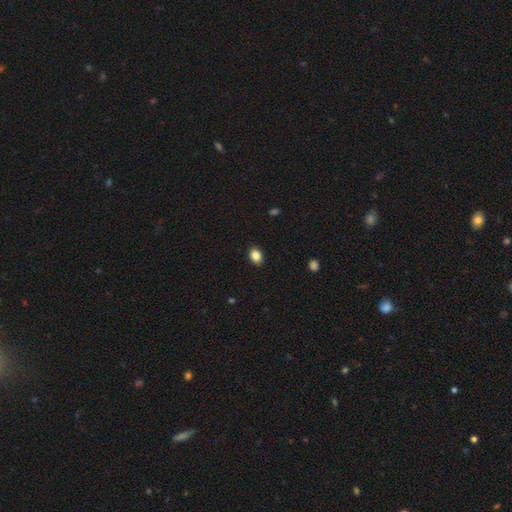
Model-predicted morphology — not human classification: smooth-or-featured: smooth: 86% | star or artifact: 9% | featured or disk: 5%
  how-rounded: in between: 76% | round: 23% | cigar-shaped: 1%
  merging: none: 90% | minor disturbance: 7% | major disturbance: 2% | merger: 1%